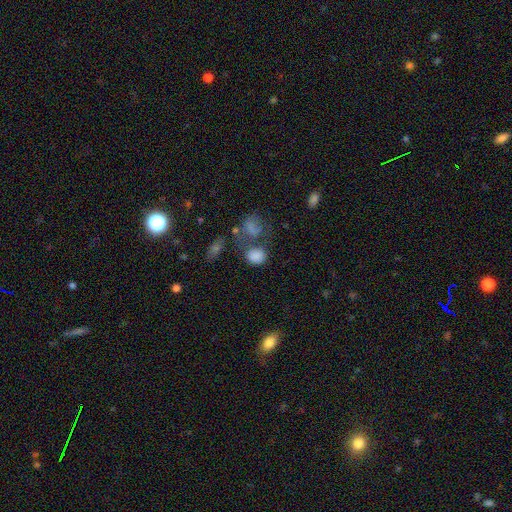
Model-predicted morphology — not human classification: Q: Smooth or featured?
A: smooth (80%); runner-up: star or artifact (13%)
Q: How rounded?
A: round (60%); runner-up: in between (38%)
Q: Merging?
A: none (48%); runner-up: merger (27%)